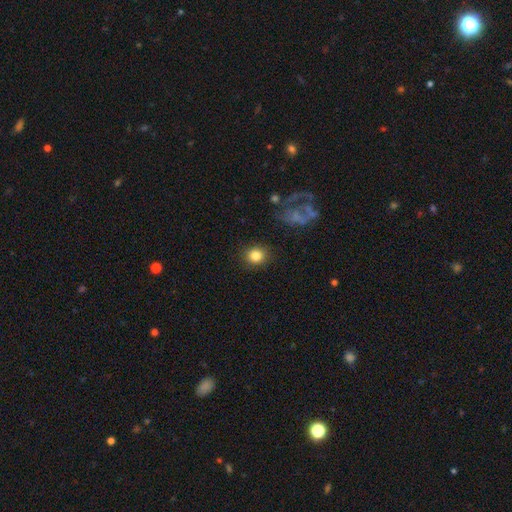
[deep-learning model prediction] Smooth or featured? smooth (83%)
How rounded? round (81%)
Merging? none (88%)